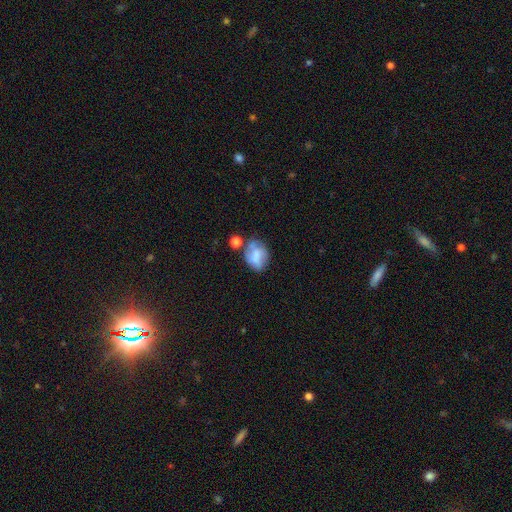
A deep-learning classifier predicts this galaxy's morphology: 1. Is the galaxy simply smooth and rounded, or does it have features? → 62% smooth, 29% featured or disk, 10% star or artifact.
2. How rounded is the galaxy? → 66% in between, 32% round, 1% cigar-shaped.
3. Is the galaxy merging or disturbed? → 43% none, 25% minor disturbance, 19% merger, 13% major disturbance.